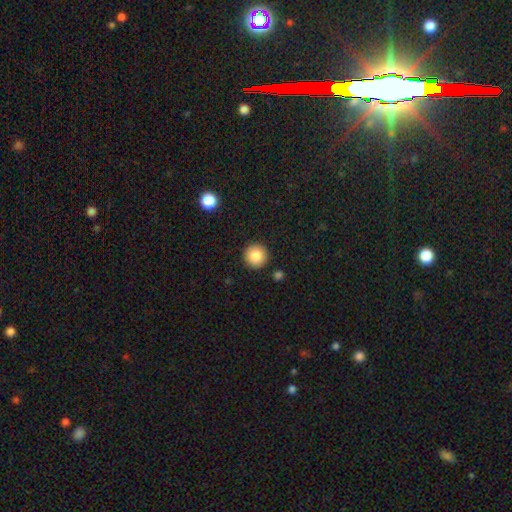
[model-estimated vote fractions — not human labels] Q: Smooth or featured?
A: smooth (84%); runner-up: star or artifact (9%)
Q: How rounded?
A: round (96%); runner-up: in between (3%)
Q: Merging?
A: none (91%); runner-up: minor disturbance (5%)